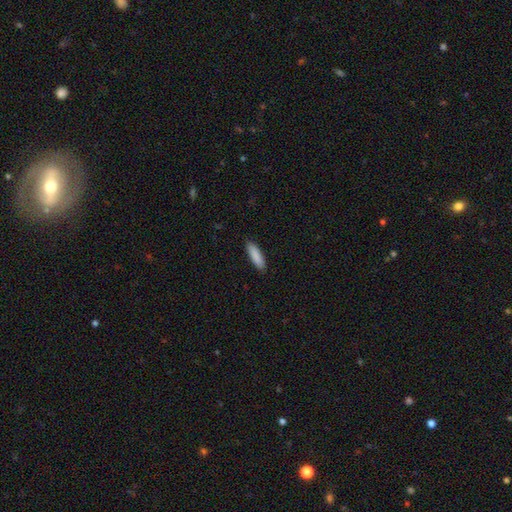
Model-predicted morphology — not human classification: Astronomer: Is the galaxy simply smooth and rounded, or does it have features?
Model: smooth — 89%.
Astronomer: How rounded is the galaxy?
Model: cigar-shaped — 57% (runner-up: in between, 42%).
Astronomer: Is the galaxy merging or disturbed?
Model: none — 89%.